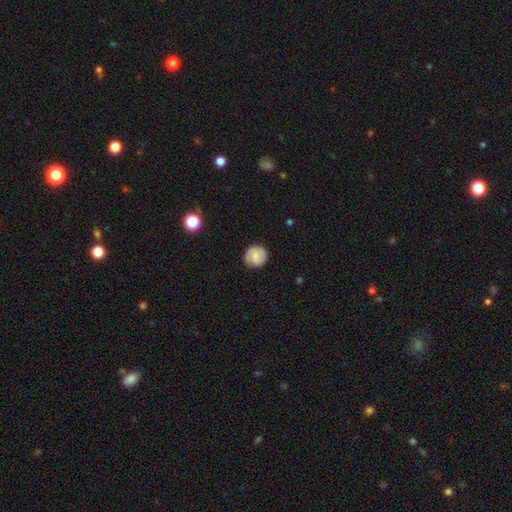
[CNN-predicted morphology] A smooth galaxy with no disk features (59%) that is round (89%). Merging: none (79%).